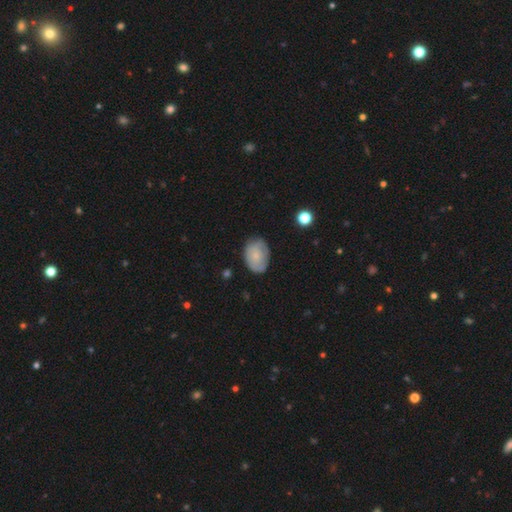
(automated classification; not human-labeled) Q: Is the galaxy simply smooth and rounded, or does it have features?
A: smooth — 66%.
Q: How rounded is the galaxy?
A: in between — 77%.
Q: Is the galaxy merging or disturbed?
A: none — 74%.